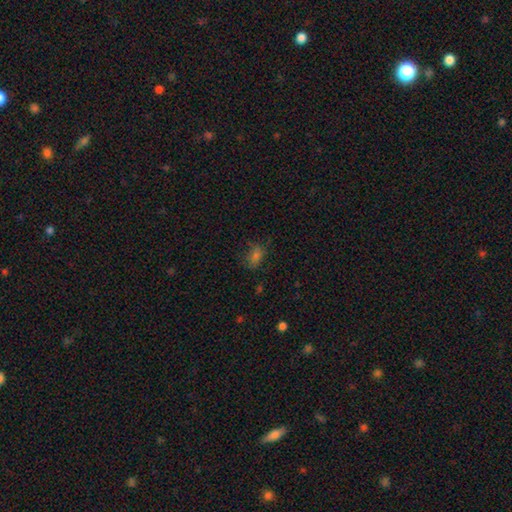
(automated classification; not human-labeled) This appears to be a smooth galaxy with no disk features (62%) that is in between round and cigar-shaped (73%). Merging: none (68%).